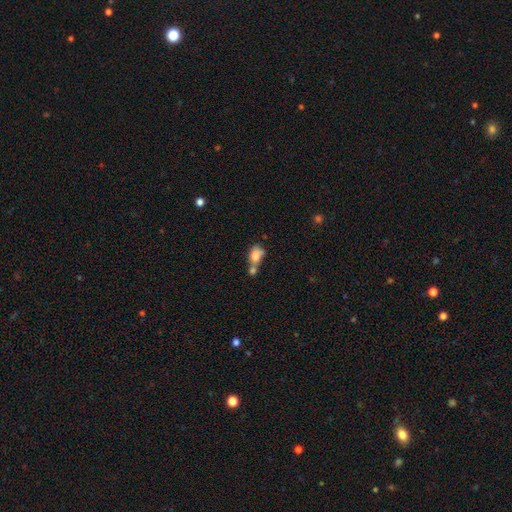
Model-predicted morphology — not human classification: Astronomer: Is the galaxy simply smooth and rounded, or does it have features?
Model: smooth — 77%.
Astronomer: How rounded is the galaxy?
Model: in between — 75%.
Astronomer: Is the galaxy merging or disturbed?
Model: merger — 58%.